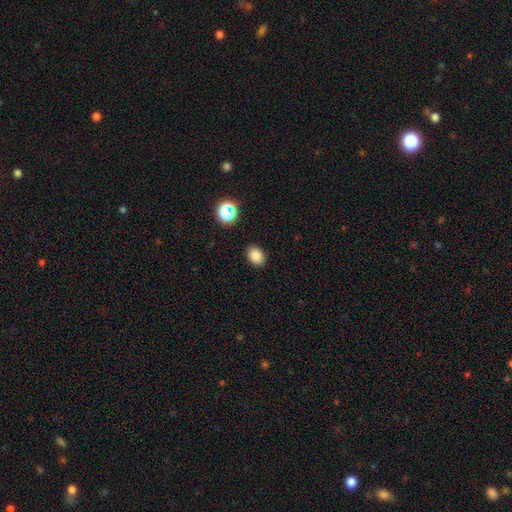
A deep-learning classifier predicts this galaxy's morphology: Smooth or featured? Predicted: smooth (p=0.82). How rounded? Predicted: in between (p=0.73). Merging? Predicted: none (p=0.88).